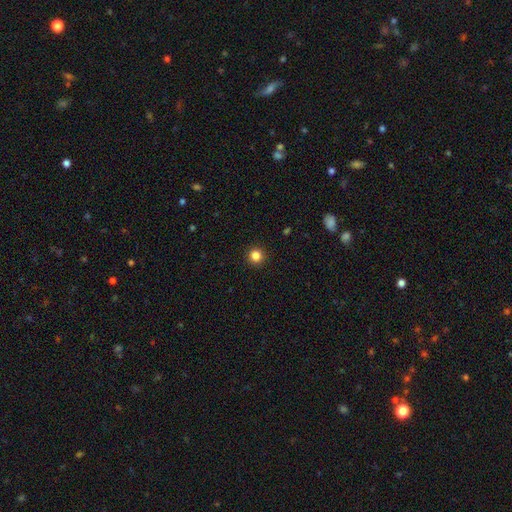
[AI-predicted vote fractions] smooth_or_featured: smooth (p=0.83) [alt: star or artifact p=0.12]
how_rounded: round (p=0.95) [alt: in between p=0.04]
merging: none (p=0.93) [alt: minor disturbance p=0.04]